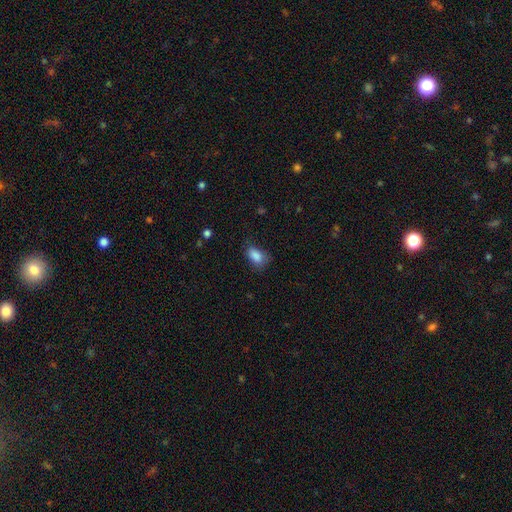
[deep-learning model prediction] Smooth or featured? Predicted: smooth (p=0.87). How rounded? Predicted: in between (p=0.89). Merging? Predicted: none (p=0.65).